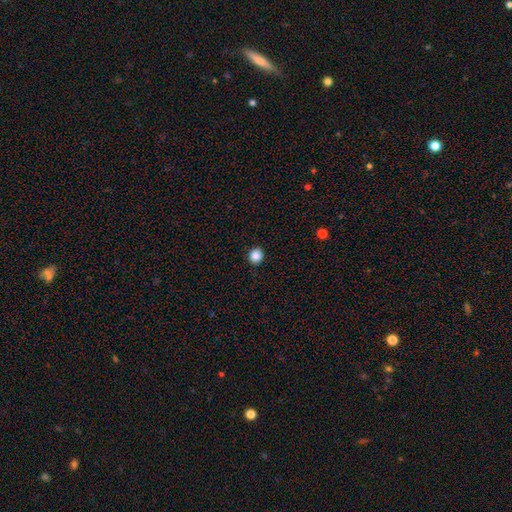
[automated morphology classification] This is clearly a smooth galaxy (87%). How rounded: clearly round (86%). Merging: clearly none (92%).